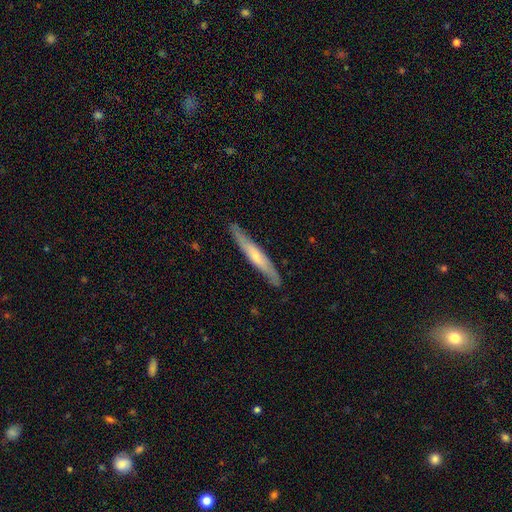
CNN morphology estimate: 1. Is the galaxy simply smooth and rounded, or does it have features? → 51% featured or disk, 44% smooth, 5% star or artifact.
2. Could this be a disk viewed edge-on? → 82% yes, 18% no.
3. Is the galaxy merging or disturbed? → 85% none, 12% minor disturbance, 2% major disturbance, 1% merger.